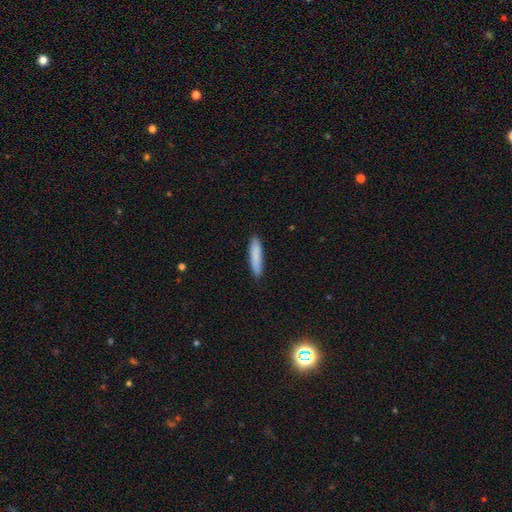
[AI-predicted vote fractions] Overall: smooth (85%). How rounded: cigar-shaped (85%). Merging: none (87%).